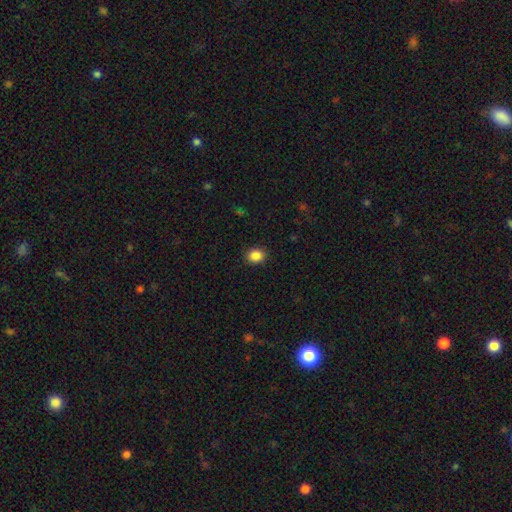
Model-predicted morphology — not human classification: A smooth galaxy with no disk features (87%) that is round (66%). Merging: none (91%).